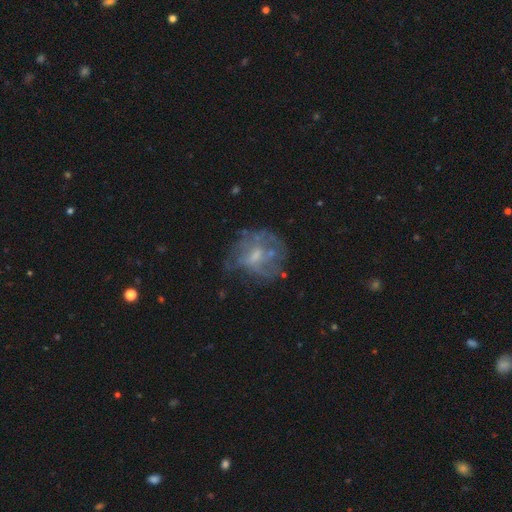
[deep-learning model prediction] Overall: featured or disk (60%; smooth 29%). Edge-on disk: no (97%). Bar: no (56%; weak 37%). Spiral arms: no (67%; yes 33%). Bulge size: small (44%; moderate 34%). Merging: none (49%; major disturbance 25%).